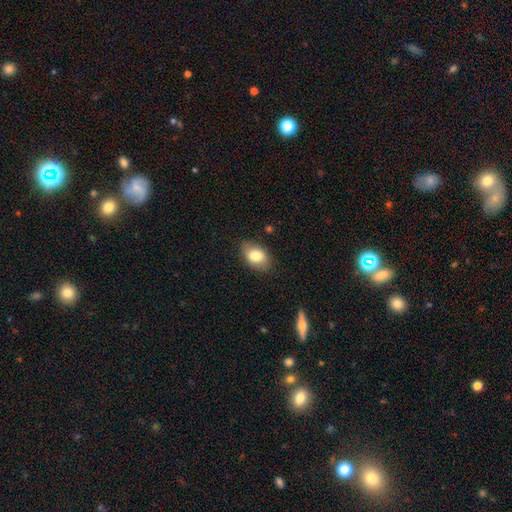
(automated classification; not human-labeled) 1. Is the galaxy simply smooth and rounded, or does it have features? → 80% smooth, 13% featured or disk, 7% star or artifact.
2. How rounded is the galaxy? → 87% in between, 11% round, 1% cigar-shaped.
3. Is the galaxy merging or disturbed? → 83% none, 13% minor disturbance, 3% major disturbance, 1% merger.